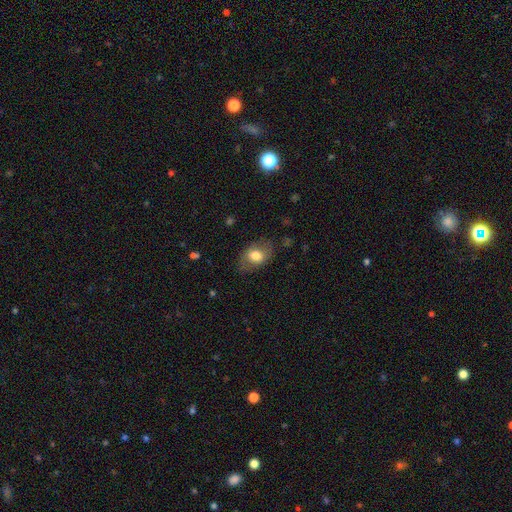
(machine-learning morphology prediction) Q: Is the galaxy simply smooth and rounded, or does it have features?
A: smooth — 71%.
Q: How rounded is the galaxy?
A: in between — 81%.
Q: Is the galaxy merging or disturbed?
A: none — 75%.